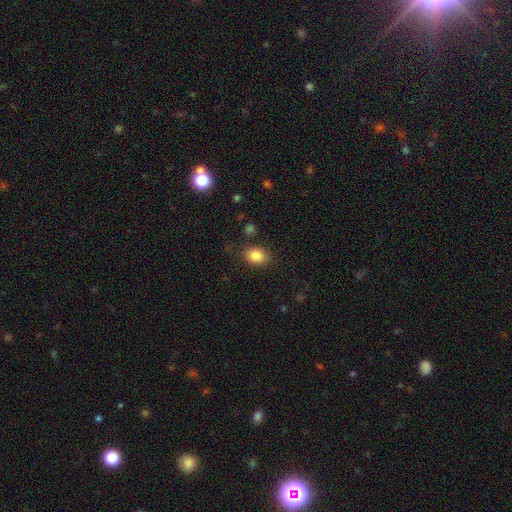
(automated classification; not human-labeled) Overall: smooth (85%). How rounded: in between (73%). Merging: none (83%).